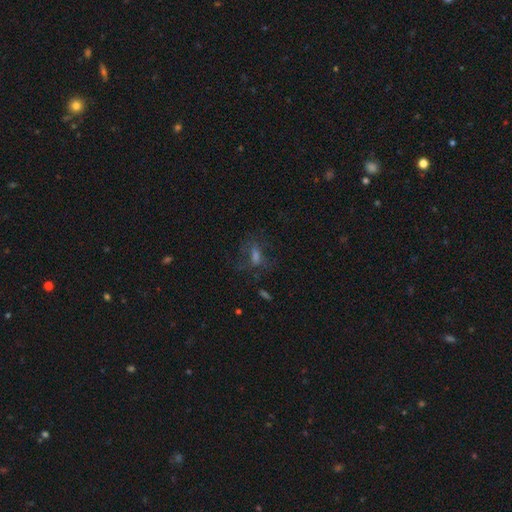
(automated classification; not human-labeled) Smooth or featured?
  - smooth: 36% *
  - featured or disk: 35%
  - star or artifact: 28%
Merging?
  - none: 59% *
  - major disturbance: 21%
  - minor disturbance: 18%
  - merger: 2%